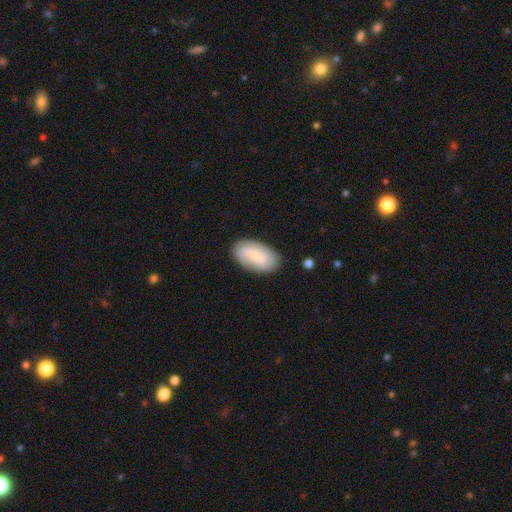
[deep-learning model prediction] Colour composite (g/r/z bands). It shows a smooth galaxy with no disk features (70%) that is in between round and cigar-shaped (94%). Merging: none (83%).